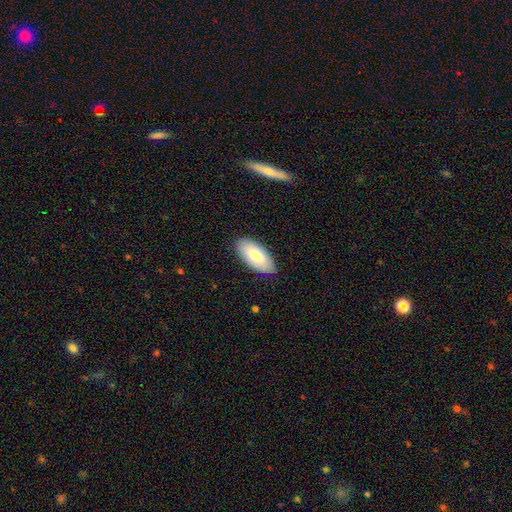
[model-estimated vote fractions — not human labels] Smooth or featured? Predicted: smooth (p=0.80). How rounded? Predicted: in between (p=0.91). Merging? Predicted: none (p=0.84).